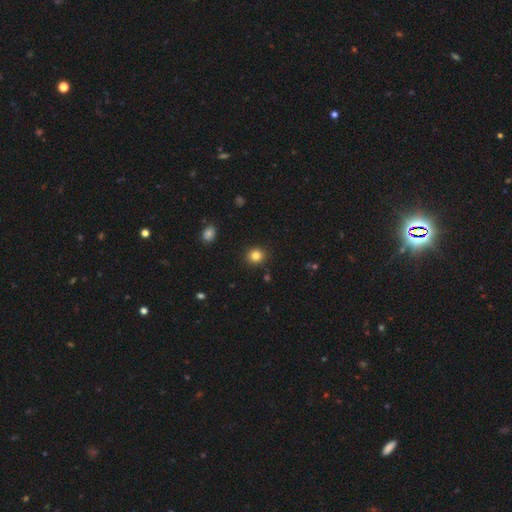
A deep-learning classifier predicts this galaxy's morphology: smooth_or_featured: smooth (p=0.82) [alt: star or artifact p=0.12]
how_rounded: round (p=0.88) [alt: in between p=0.11]
merging: none (p=0.90) [alt: minor disturbance p=0.06]